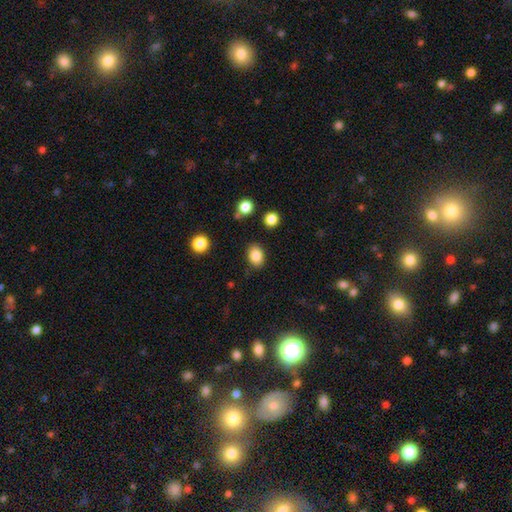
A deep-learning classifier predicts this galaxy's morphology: smooth 85%, star or artifact 9%, featured or disk 6%. Down the decision tree: how rounded — in between (67%); merging — none (85%).